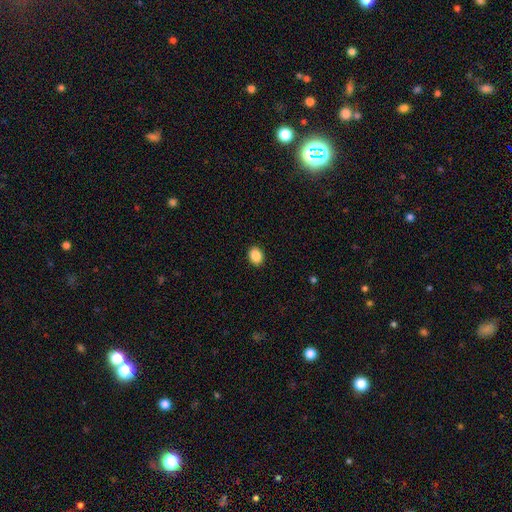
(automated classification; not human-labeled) Smooth or featured: smooth — 89% (star or artifact — 8%)
How rounded: in between — 59% (round — 40%)
Merging: none — 91% (minor disturbance — 6%)